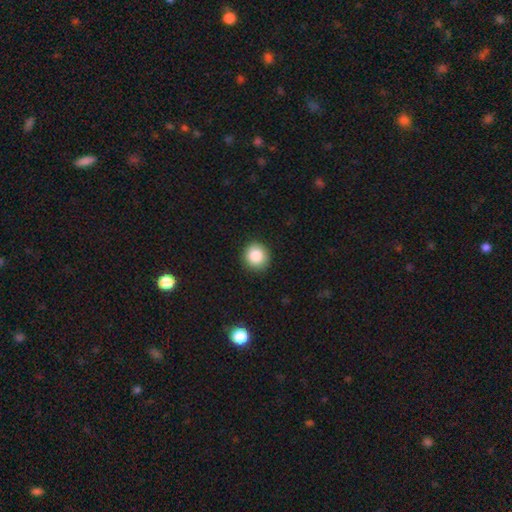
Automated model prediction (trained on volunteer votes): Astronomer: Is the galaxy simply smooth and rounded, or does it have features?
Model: smooth — 86%.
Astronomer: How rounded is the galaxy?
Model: round — 90%.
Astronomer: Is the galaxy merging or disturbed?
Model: none — 90%.